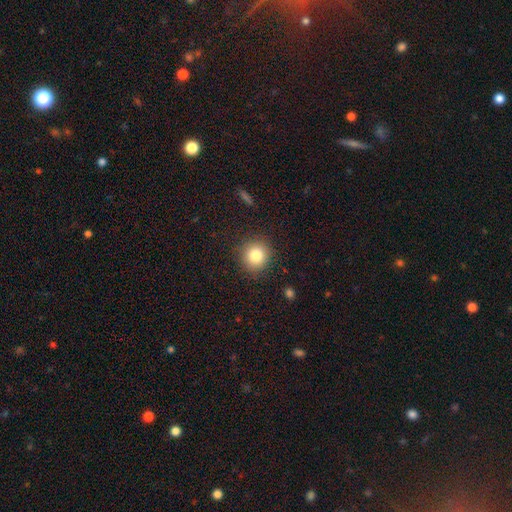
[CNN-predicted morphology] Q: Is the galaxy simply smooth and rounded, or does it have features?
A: smooth — 82%.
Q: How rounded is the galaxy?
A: round — 89%.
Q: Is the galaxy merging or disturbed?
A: none — 89%.